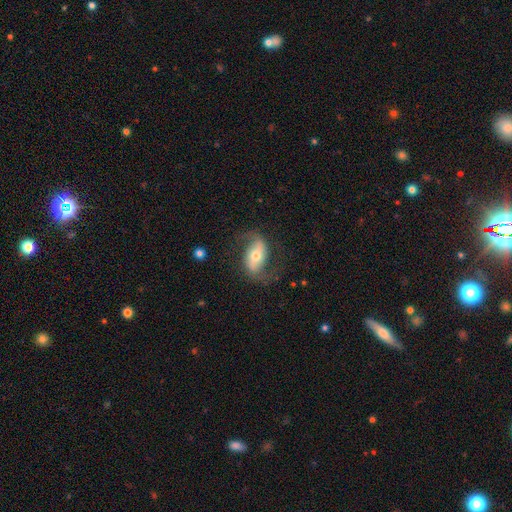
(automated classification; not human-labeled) Smooth or featured: featured or disk — 74% (smooth — 19%)
Edge-on disk: no — 94% (yes — 6%)
Bar: strong — 40% (weak — 32%)
Spiral arms: yes — 91% (no — 9%)
Spiral winding: loose — 59% (medium — 32%)
Spiral arm count: 2 — 91% (can't tell — 3%)
Bulge size: moderate — 57% (small — 33%)
Merging: none — 70% (minor disturbance — 16%)